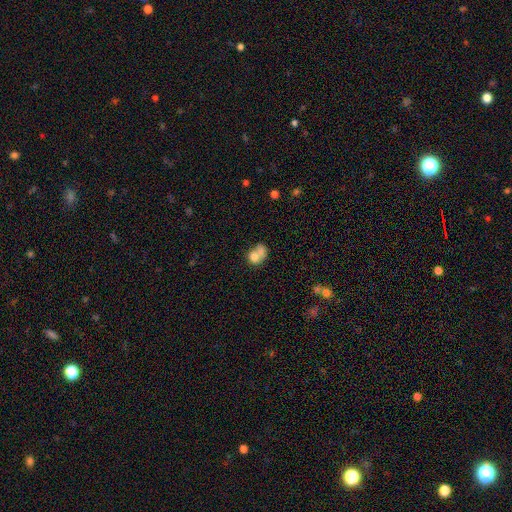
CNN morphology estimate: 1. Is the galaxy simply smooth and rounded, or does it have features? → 71% smooth, 19% featured or disk, 10% star or artifact.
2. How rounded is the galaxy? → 52% in between, 47% round, 1% cigar-shaped.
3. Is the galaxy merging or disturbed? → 59% merger, 22% none, 10% minor disturbance, 9% major disturbance.